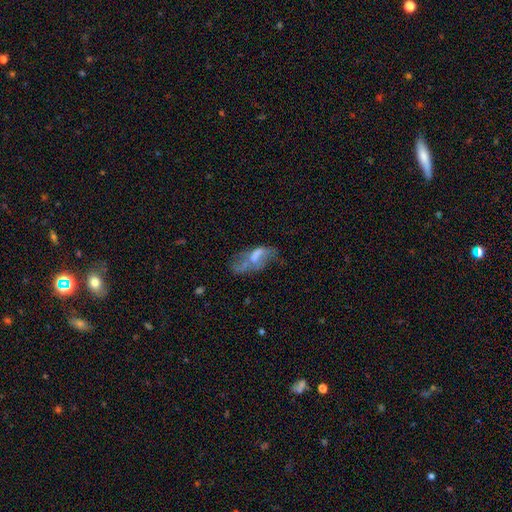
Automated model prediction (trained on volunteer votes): Smooth or featured?
  - featured or disk: 52% *
  - smooth: 37%
  - star or artifact: 11%
Edge-on disk?
  - no: 91% *
  - yes: 9%
Merging?
  - none: 37% *
  - major disturbance: 30%
  - minor disturbance: 23%
  - merger: 11%